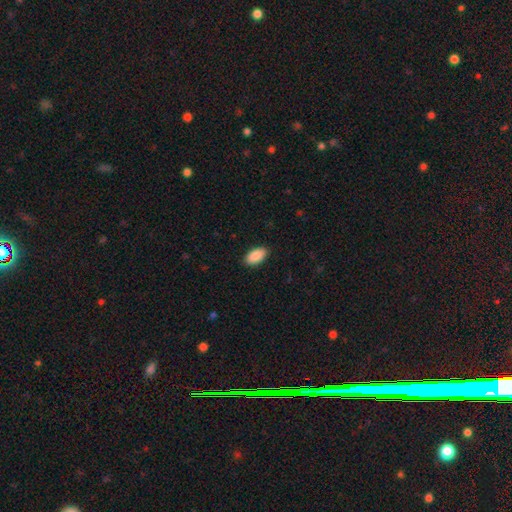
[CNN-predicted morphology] smooth_or_featured: smooth (p=0.90) [alt: star or artifact p=0.06]
how_rounded: in between (p=0.94) [alt: cigar-shaped p=0.03]
merging: none (p=0.90) [alt: minor disturbance p=0.08]